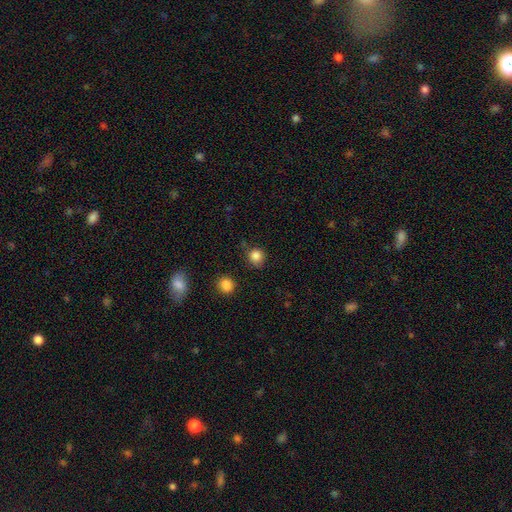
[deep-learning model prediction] Smooth or featured? Predicted: smooth (p=0.85). How rounded? Predicted: round (p=0.88). Merging? Predicted: none (p=0.79).